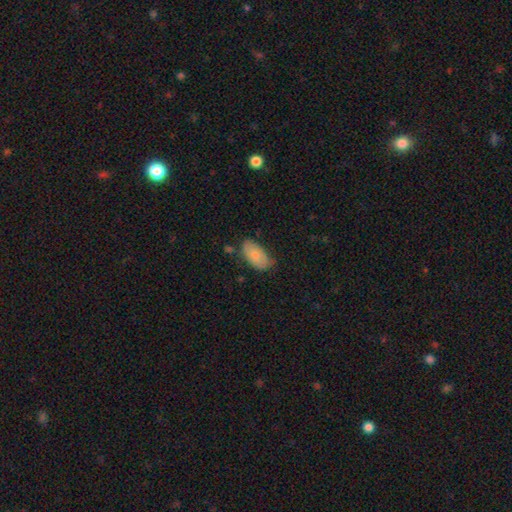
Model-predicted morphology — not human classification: smooth 75%, featured or disk 19%, star or artifact 6%. Down the decision tree: how rounded — in between (94%); merging — none (63%).